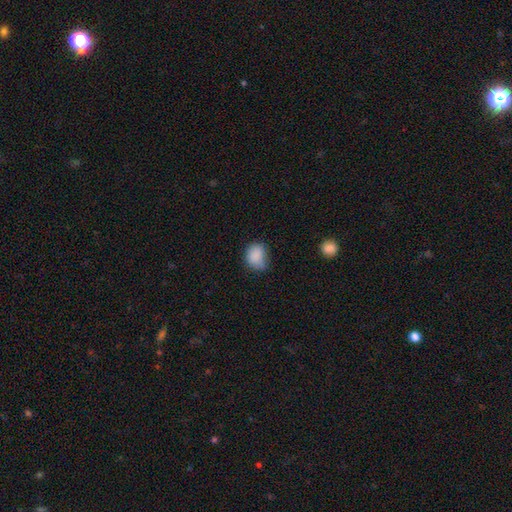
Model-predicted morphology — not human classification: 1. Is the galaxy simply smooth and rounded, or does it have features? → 85% smooth, 10% star or artifact, 5% featured or disk.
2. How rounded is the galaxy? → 53% in between, 46% round, 1% cigar-shaped.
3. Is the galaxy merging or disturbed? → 52% none, 37% minor disturbance, 9% major disturbance, 3% merger.